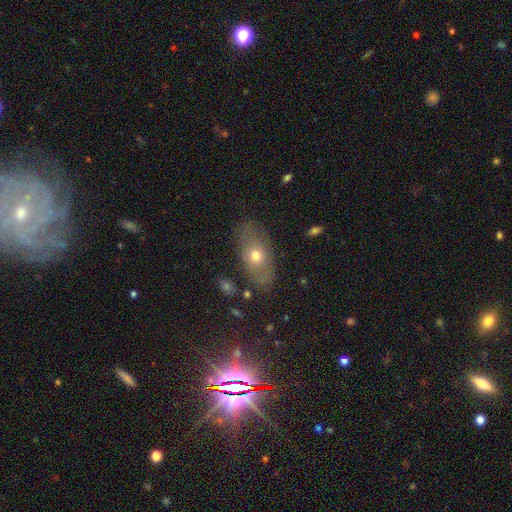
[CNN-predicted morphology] type=smooth (60%); roundness=in between (86%); merging=none (75%).